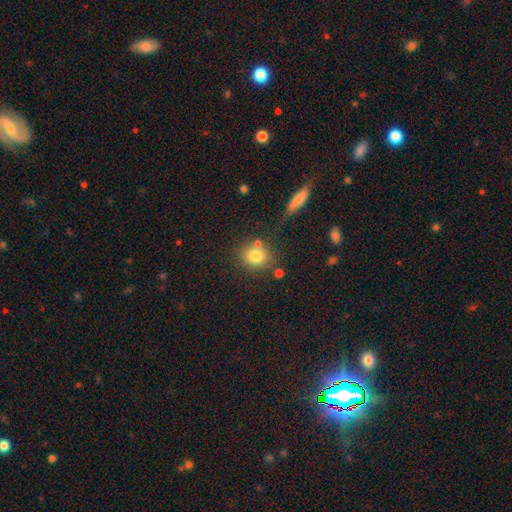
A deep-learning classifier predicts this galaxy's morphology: Q: Smooth or featured?
A: smooth (79%); runner-up: star or artifact (11%)
Q: How rounded?
A: round (74%); runner-up: in between (24%)
Q: Merging?
A: none (68%); runner-up: merger (14%)